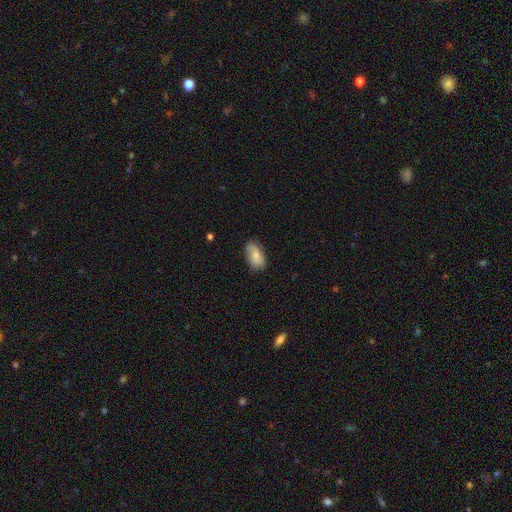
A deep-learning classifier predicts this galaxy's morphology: This is likely a smooth galaxy (67%). How rounded: clearly in between (92%). Merging: likely none (71%).